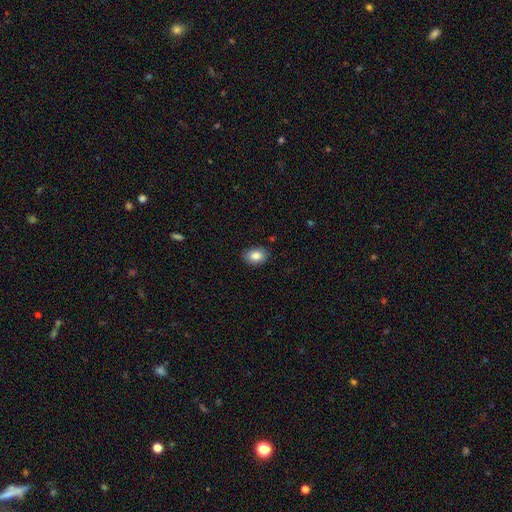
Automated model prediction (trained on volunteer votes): Smooth or featured? smooth (85%)
How rounded? in between (79%)
Merging? none (85%)